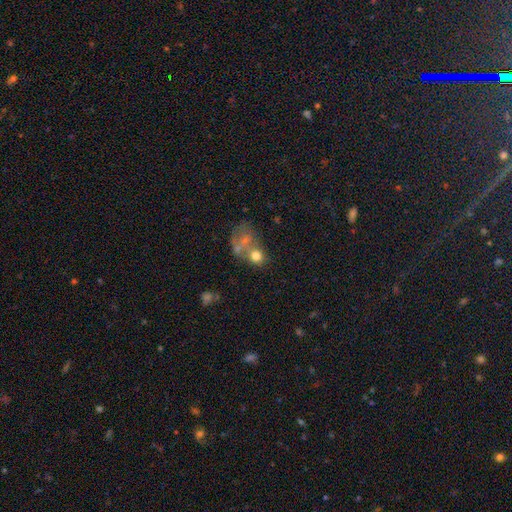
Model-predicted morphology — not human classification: smooth_or_featured: smooth (p=0.67) [alt: featured or disk p=0.19]
how_rounded: round (p=0.61) [alt: in between p=0.38]
merging: merger (p=0.43) [alt: none p=0.34]